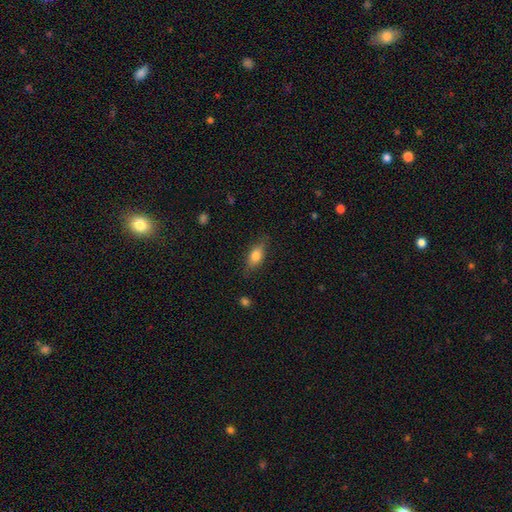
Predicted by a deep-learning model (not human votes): smooth-or-featured: smooth: 69% | featured or disk: 23% | star or artifact: 8%
  how-rounded: in between: 75% | cigar-shaped: 19% | round: 7%
  merging: none: 79% | minor disturbance: 16% | major disturbance: 4% | merger: 1%